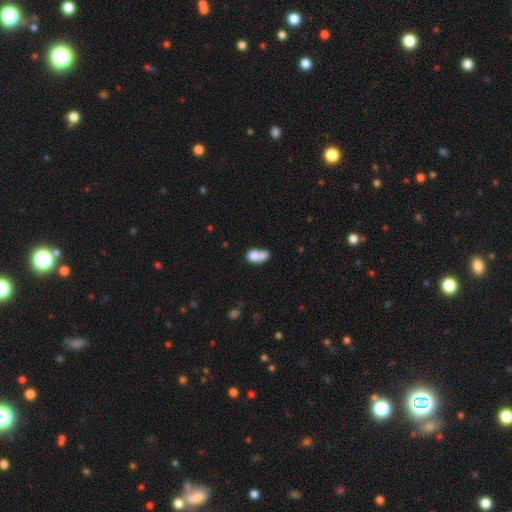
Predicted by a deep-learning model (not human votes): Q: Smooth or featured?
A: smooth (75%); runner-up: featured or disk (15%)
Q: How rounded?
A: in between (82%); runner-up: round (14%)
Q: Merging?
A: merger (44%); runner-up: none (25%)